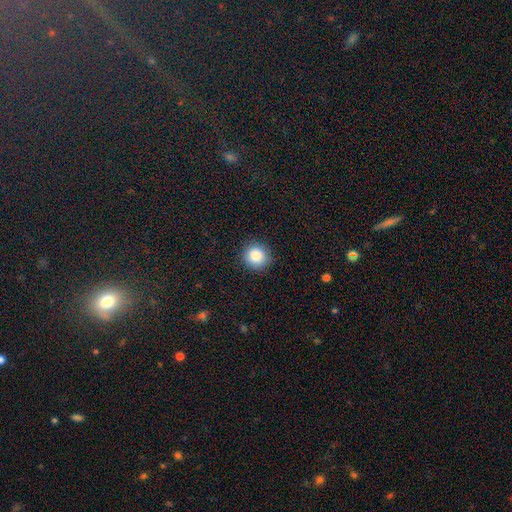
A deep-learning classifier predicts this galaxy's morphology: A smooth galaxy with no disk features (85%) that is round (92%). Merging: none (90%).